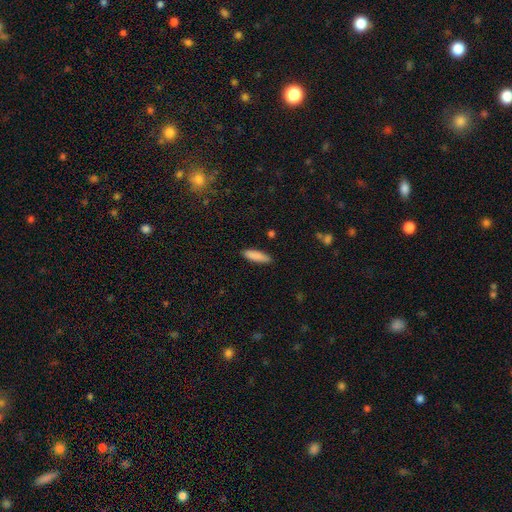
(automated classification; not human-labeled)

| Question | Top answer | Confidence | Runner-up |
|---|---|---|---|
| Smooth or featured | smooth | 88% | featured or disk (6%) |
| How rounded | cigar-shaped | 59% | in between (40%) |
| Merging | none | 88% | minor disturbance (9%) |